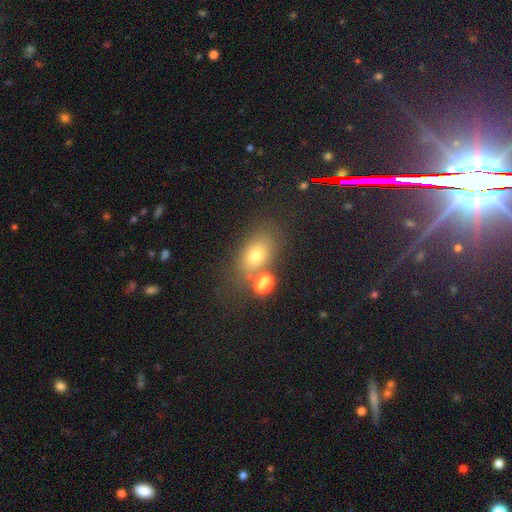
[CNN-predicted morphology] smooth_or_featured: smooth (p=0.67) [alt: star or artifact p=0.17]
how_rounded: in between (p=0.73) [alt: round p=0.24]
merging: none (p=0.62) [alt: merger p=0.18]